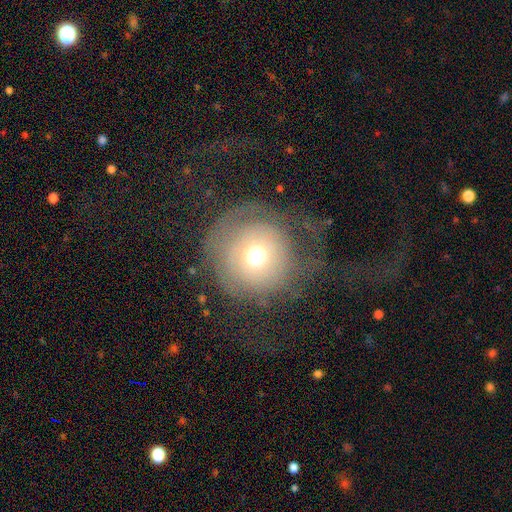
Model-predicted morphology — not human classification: Smooth or featured?
  - smooth: 54% *
  - featured or disk: 33%
  - star or artifact: 13%
How rounded?
  - round: 93% *
  - in between: 6%
  - cigar-shaped: 1%
Merging?
  - none: 47% *
  - major disturbance: 33%
  - minor disturbance: 18%
  - merger: 2%